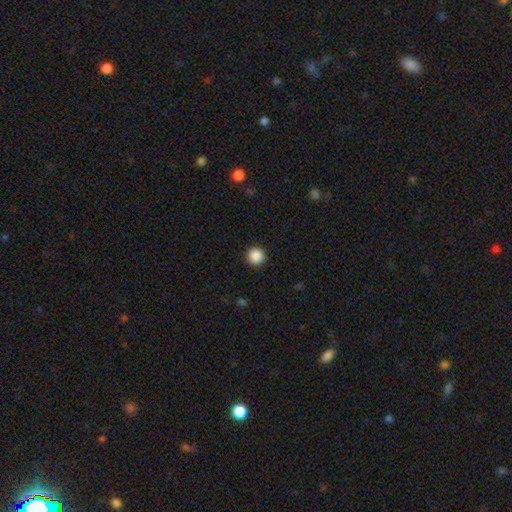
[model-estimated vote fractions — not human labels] A smooth galaxy with no disk features (88%) that is round (96%). Merging: none (92%).